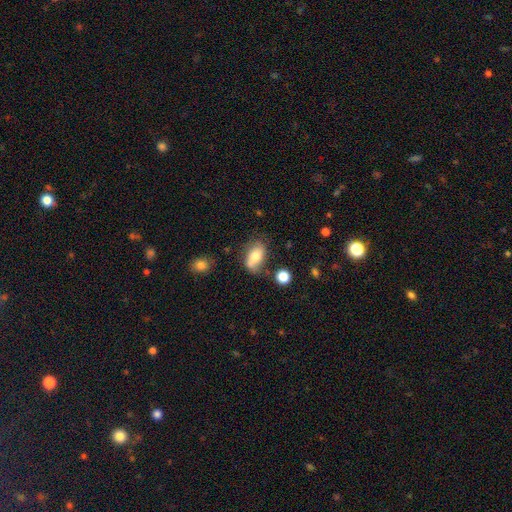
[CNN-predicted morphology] A smooth galaxy with no disk features (70%) that is in between round and cigar-shaped (88%). Merging: none (54%).